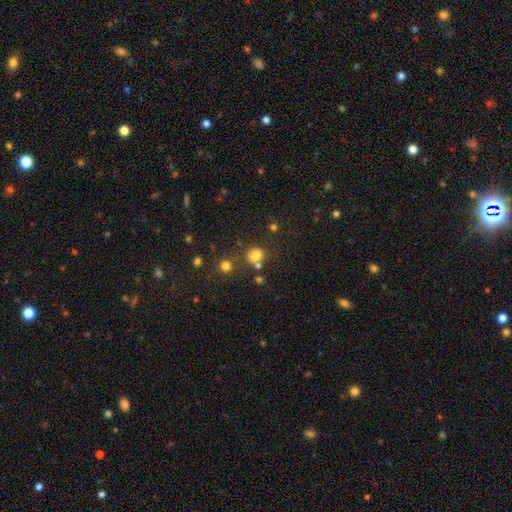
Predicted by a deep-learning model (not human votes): Smooth or featured: smooth — 74% (star or artifact — 17%)
How rounded: round — 57% (in between — 42%)
Merging: none — 61% (merger — 18%)